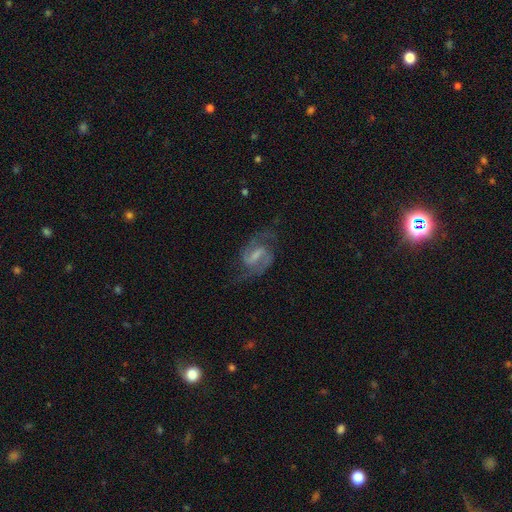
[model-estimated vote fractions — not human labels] A featured or disk galaxy (87%) with a weak bar (52%), 2 (92%) medium (59%) spiral arms (97%) and a small central bulge (35%). Merging: none (73%).